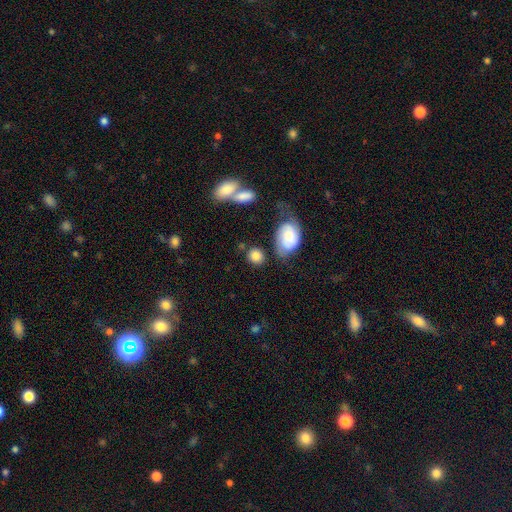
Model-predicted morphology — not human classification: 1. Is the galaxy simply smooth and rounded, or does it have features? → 82% smooth, 10% featured or disk, 8% star or artifact.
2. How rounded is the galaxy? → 68% round, 30% in between, 2% cigar-shaped.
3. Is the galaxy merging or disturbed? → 65% none, 16% minor disturbance, 12% merger, 7% major disturbance.